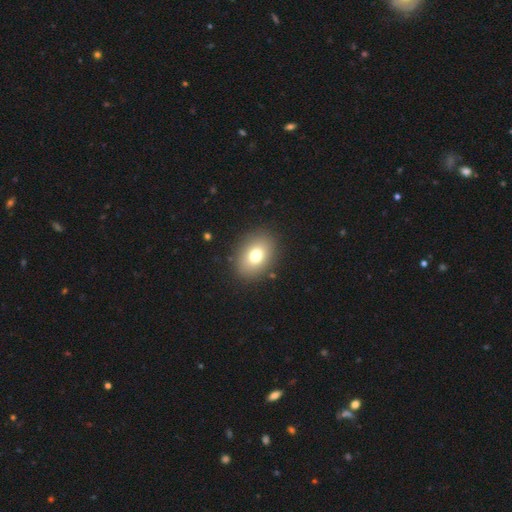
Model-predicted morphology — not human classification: This appears to be a smooth galaxy with no disk features (77%) that is in between round and cigar-shaped (73%). Merging: none (88%).